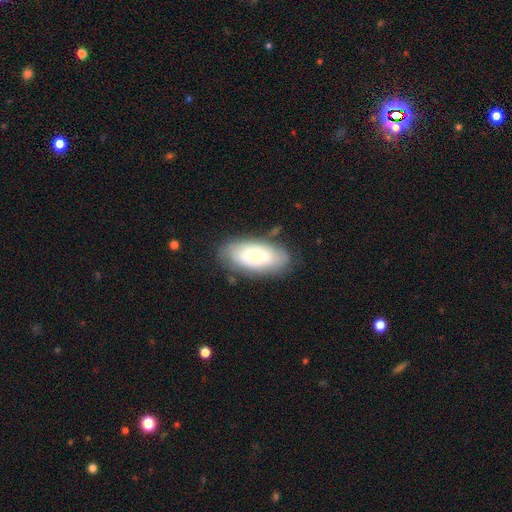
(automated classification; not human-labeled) This is possibly a smooth galaxy (53%). How rounded: clearly in between (90%). Merging: likely none (76%).